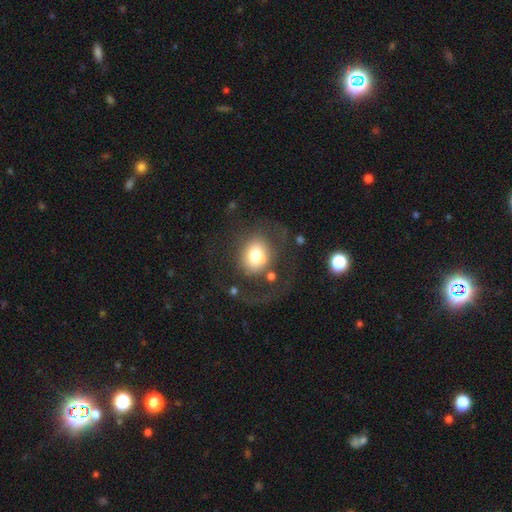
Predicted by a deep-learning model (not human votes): Overall: smooth (65%). How rounded: round (68%; in between 31%). Merging: none (41%; major disturbance 35%).